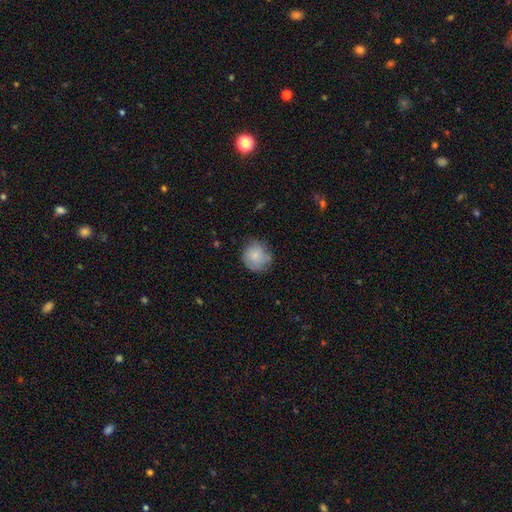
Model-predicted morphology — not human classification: smooth-or-featured: smooth: 75% | featured or disk: 18% | star or artifact: 8%
  how-rounded: round: 87% | in between: 12% | cigar-shaped: 1%
  merging: none: 67% | minor disturbance: 25% | major disturbance: 7% | merger: 2%